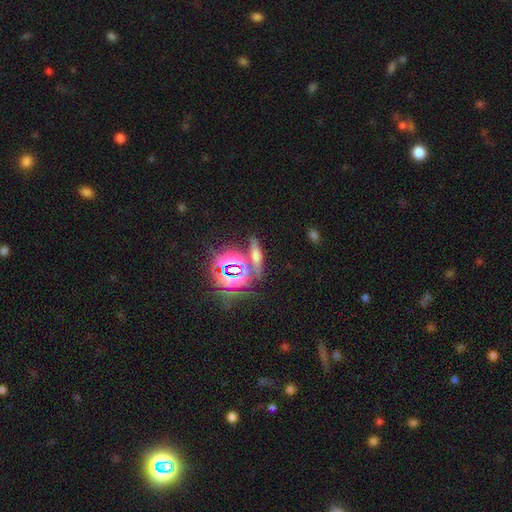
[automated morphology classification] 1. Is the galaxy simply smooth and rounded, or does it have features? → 40% smooth, 38% star or artifact, 22% featured or disk.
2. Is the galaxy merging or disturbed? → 72% none, 12% merger, 11% minor disturbance, 5% major disturbance.